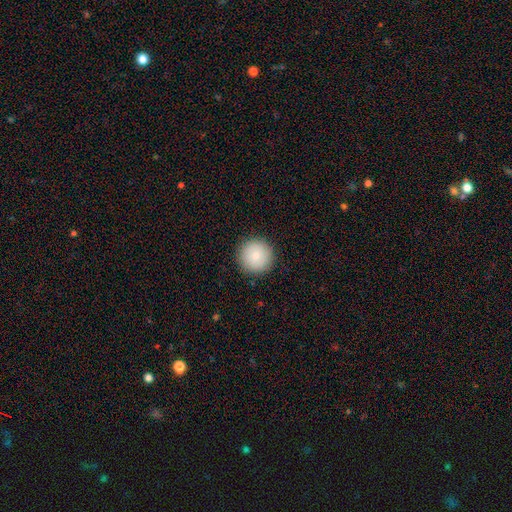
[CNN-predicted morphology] Smooth or featured: smooth — 86% (star or artifact — 7%)
How rounded: round — 96% (in between — 3%)
Merging: none — 91% (minor disturbance — 6%)